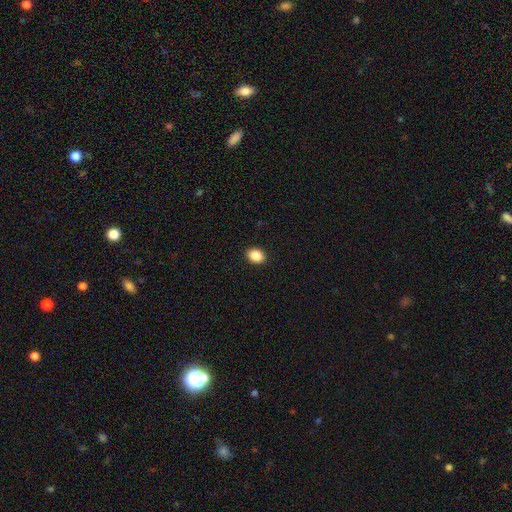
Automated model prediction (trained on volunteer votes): Smooth or featured: smooth — 88% (star or artifact — 8%)
How rounded: in between — 60% (round — 39%)
Merging: none — 92% (minor disturbance — 6%)